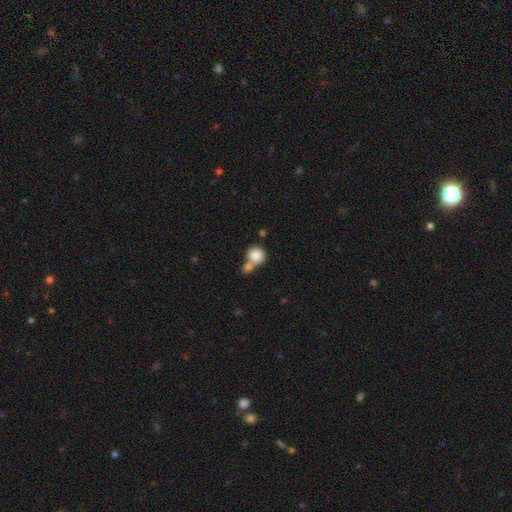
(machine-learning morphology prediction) smooth-or-featured: smooth: 83% | featured or disk: 8% | star or artifact: 8%
  how-rounded: round: 87% | in between: 11% | cigar-shaped: 1%
  merging: merger: 49% | none: 39% | minor disturbance: 8% | major disturbance: 4%